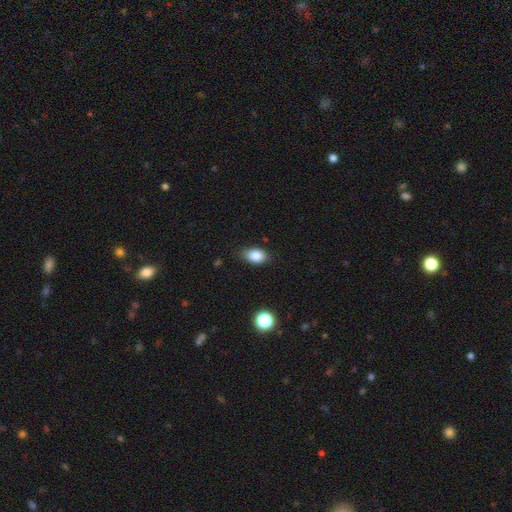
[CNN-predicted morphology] This is clearly a smooth galaxy (85%). How rounded: clearly in between (87%). Merging: likely none (80%).